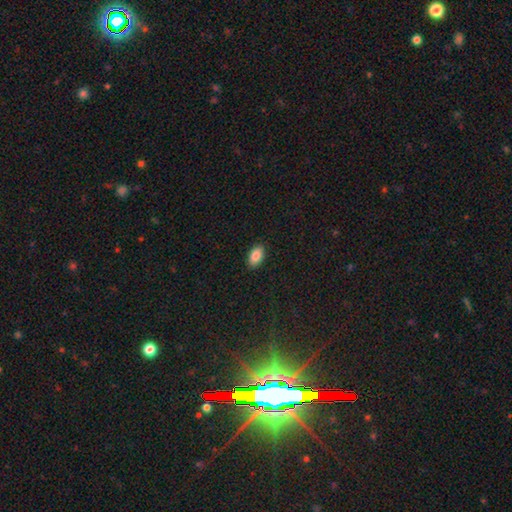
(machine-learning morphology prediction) This appears to be a smooth galaxy with no disk features (87%) that is in between round and cigar-shaped (93%). Merging: none (89%).